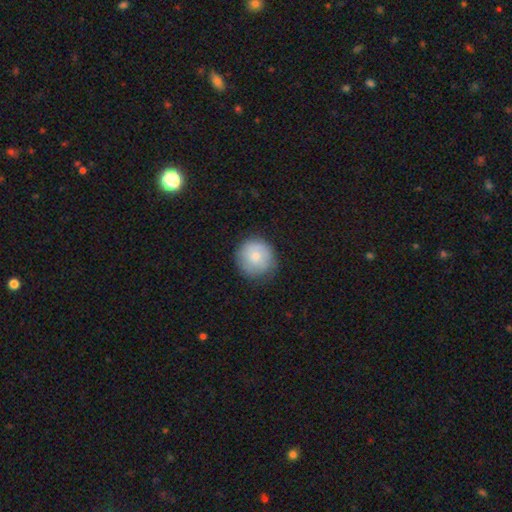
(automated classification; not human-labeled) Smooth or featured? Predicted: smooth (p=0.66). How rounded? Predicted: round (p=0.92). Merging? Predicted: none (p=0.76).